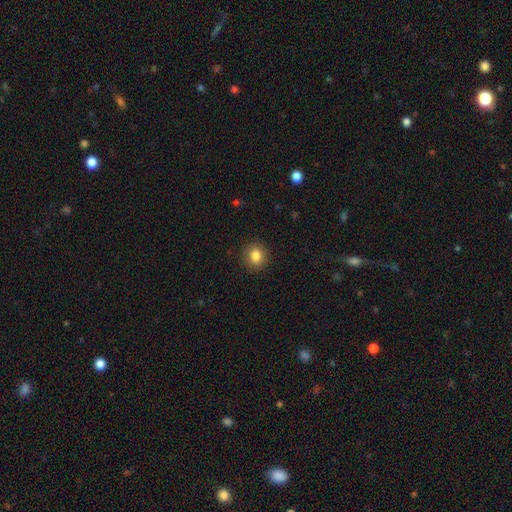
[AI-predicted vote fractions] smooth 84%, star or artifact 10%, featured or disk 6%. Down the decision tree: how rounded — round (80%); merging — none (90%).